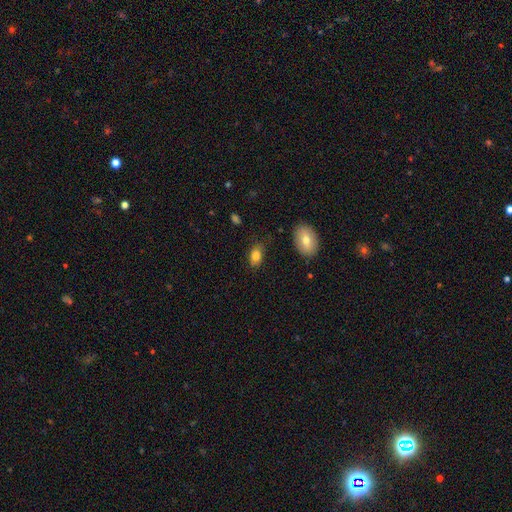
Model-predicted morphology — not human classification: This appears to be a smooth galaxy with no disk features (82%) that is in between round and cigar-shaped (86%). Merging: none (80%).